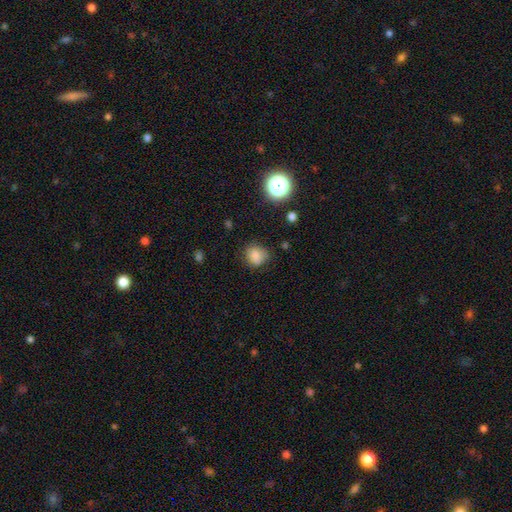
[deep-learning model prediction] smooth 81%, star or artifact 12%, featured or disk 7%. Down the decision tree: how rounded — round (79%); merging — none (73%).